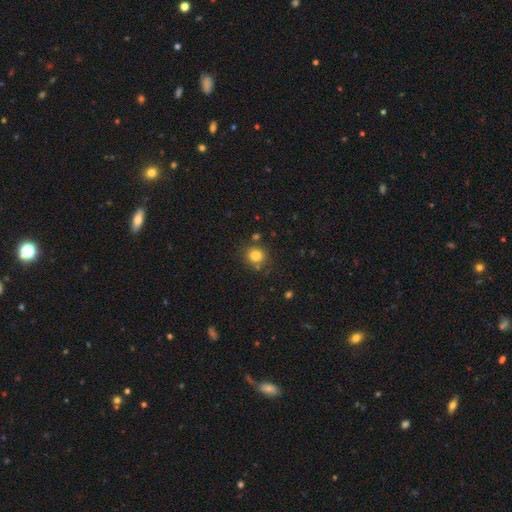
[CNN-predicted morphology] Overall: smooth (81%). How rounded: round (84%). Merging: none (80%).